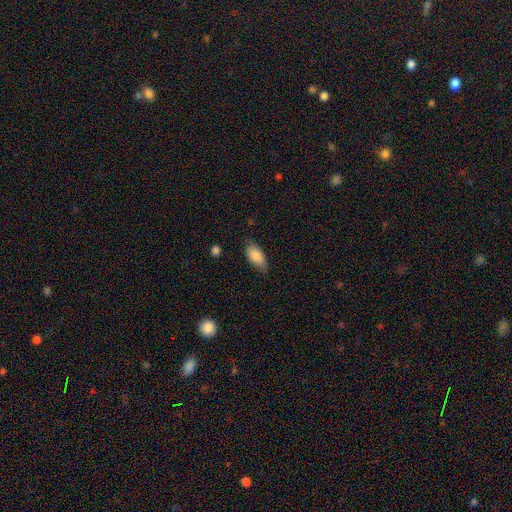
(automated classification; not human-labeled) Q: Smooth or featured?
A: smooth (86%); runner-up: featured or disk (8%)
Q: How rounded?
A: in between (90%); runner-up: cigar-shaped (7%)
Q: Merging?
A: none (74%); runner-up: minor disturbance (21%)